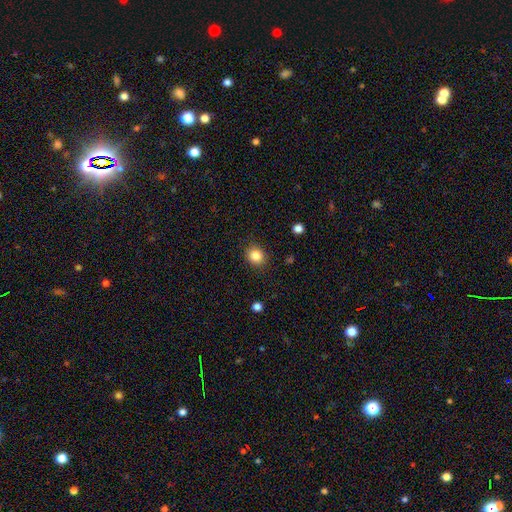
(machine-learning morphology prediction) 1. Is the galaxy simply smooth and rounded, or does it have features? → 85% smooth, 10% star or artifact, 5% featured or disk.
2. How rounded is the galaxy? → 78% round, 22% in between, 1% cigar-shaped.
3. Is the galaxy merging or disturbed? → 88% none, 8% minor disturbance, 2% major disturbance, 1% merger.